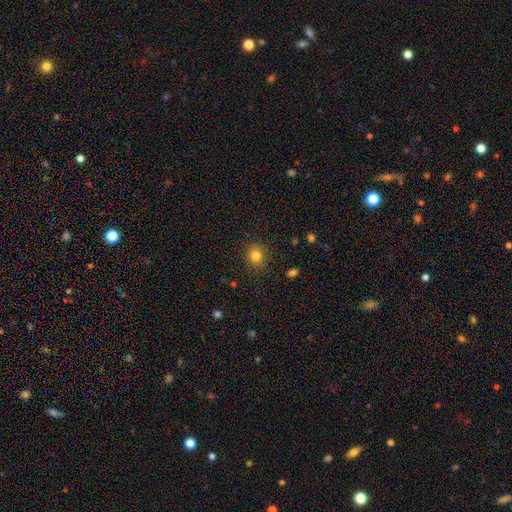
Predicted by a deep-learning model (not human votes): Smooth or featured? smooth (83%)
How rounded? round (80%)
Merging? none (87%)